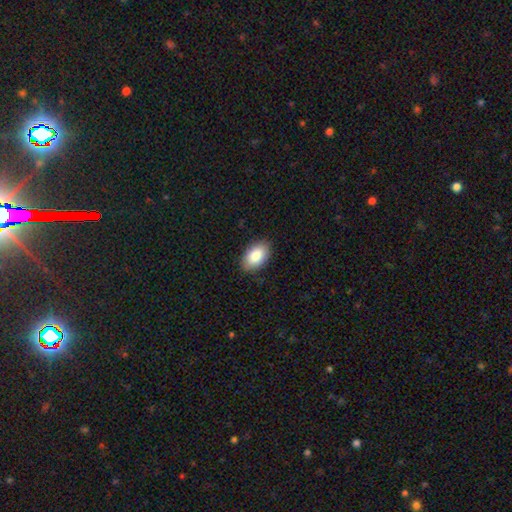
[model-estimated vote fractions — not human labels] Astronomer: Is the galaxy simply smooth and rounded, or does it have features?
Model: smooth — 87%.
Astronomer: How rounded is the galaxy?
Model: in between — 93%.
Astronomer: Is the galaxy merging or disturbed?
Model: none — 87%.